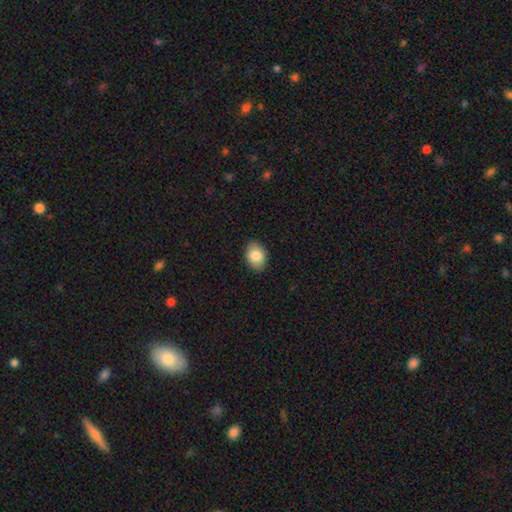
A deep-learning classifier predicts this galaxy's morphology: Smooth or featured: smooth — 84% (featured or disk — 8%)
How rounded: in between — 76% (round — 23%)
Merging: none — 89% (minor disturbance — 8%)